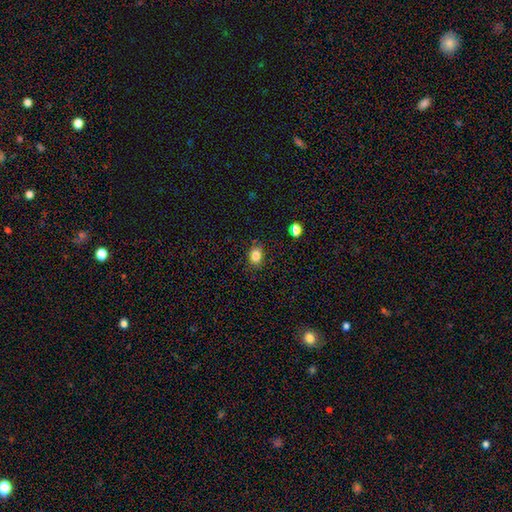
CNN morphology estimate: Q: Smooth or featured?
A: smooth (83%); runner-up: star or artifact (11%)
Q: How rounded?
A: in between (57%); runner-up: round (42%)
Q: Merging?
A: none (85%); runner-up: minor disturbance (11%)